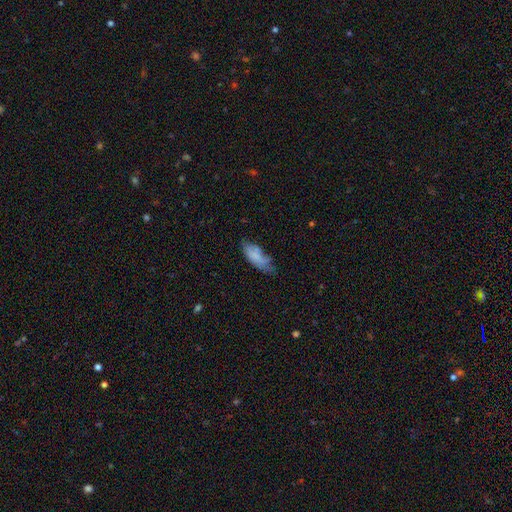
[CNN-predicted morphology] This appears to be a smooth galaxy with no disk features (73%) that is in between round and cigar-shaped (76%). Merging: none (43%).